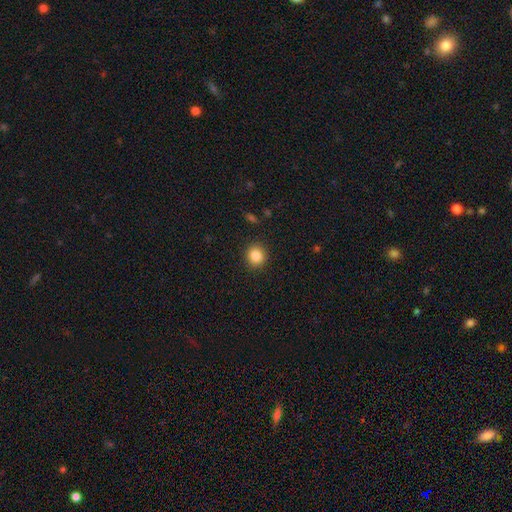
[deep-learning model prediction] A smooth galaxy with no disk features (86%) that is round (87%).

Vote fractions:
- Smooth or featured? smooth: 86% / star or artifact: 10% / featured or disk: 4%
- How rounded? round: 87% / in between: 12% / cigar-shaped: 1%
- Merging? none: 90% / minor disturbance: 7% / major disturbance: 2% / merger: 1%